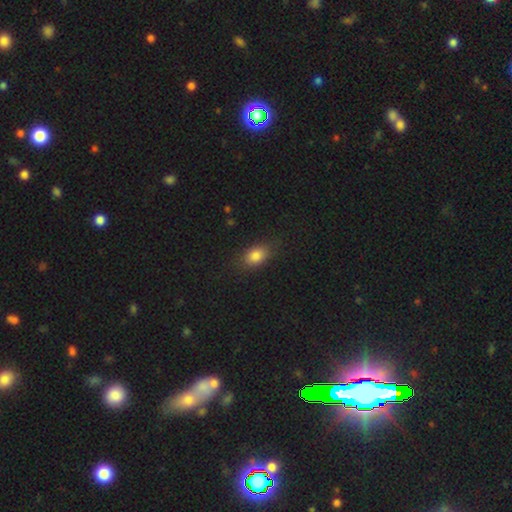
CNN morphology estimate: This is clearly a smooth galaxy (83%). How rounded: clearly in between (80%). Merging: clearly none (81%).